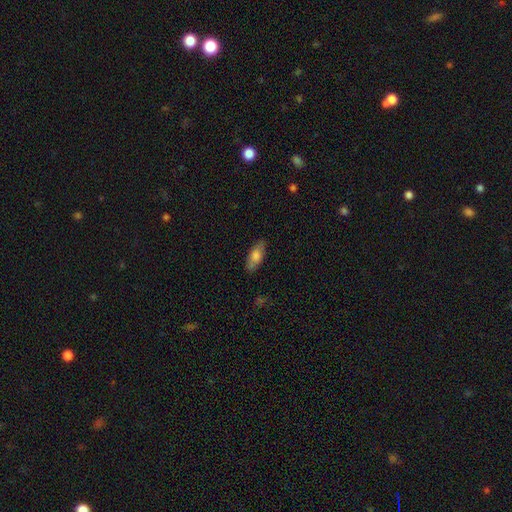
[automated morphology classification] A smooth galaxy with no disk features (73%) that is in between round and cigar-shaped (75%). Merging: none (83%).